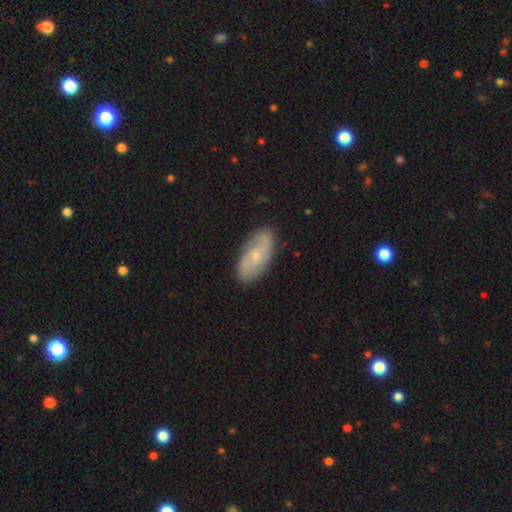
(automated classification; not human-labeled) featured or disk 67%, smooth 26%, star or artifact 6%. Down the decision tree: edge-on disk — no (94%); bar — no (63%); spiral arms — yes (91%); spiral arm count — 2 (74%); spiral winding — medium (43%); bulge size — small (68%); merging — none (83%).